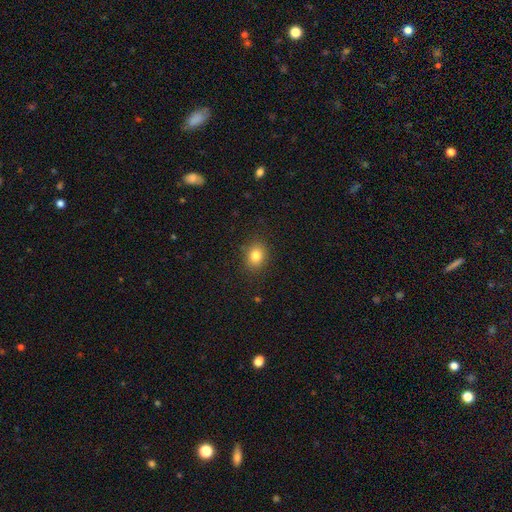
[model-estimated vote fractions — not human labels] Q: Smooth or featured?
A: smooth (81%); runner-up: star or artifact (11%)
Q: How rounded?
A: round (51%); runner-up: in between (48%)
Q: Merging?
A: none (88%); runner-up: minor disturbance (9%)